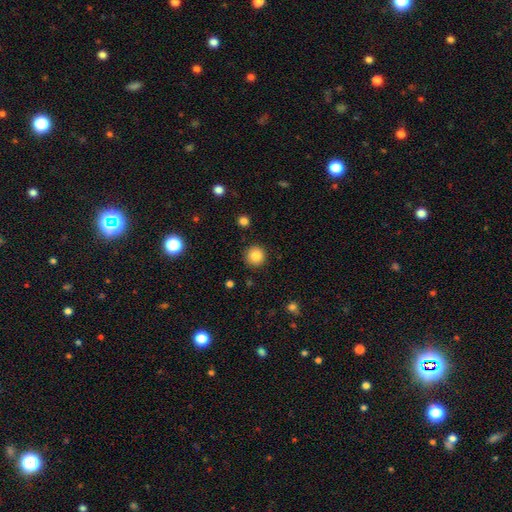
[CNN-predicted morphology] Overall: smooth (84%). How rounded: round (95%). Merging: none (91%).